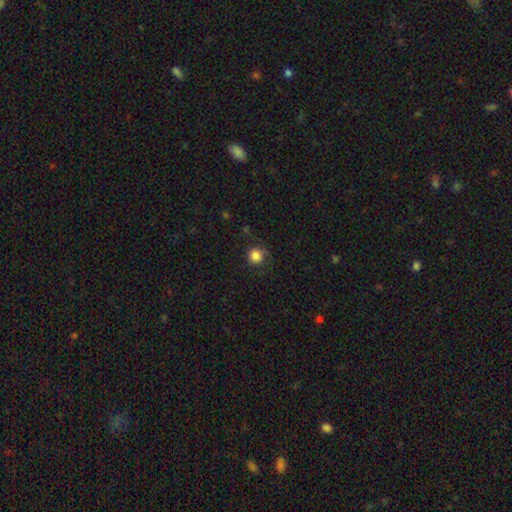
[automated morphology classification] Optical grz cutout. It shows a smooth galaxy with no disk features (84%) that is round (93%). Merging: none (79%).